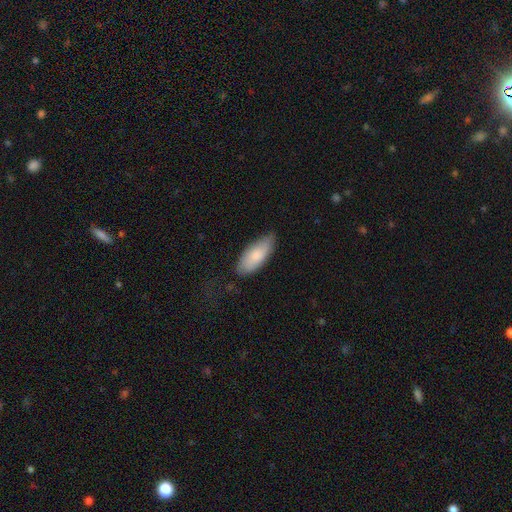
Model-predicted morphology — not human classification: Smooth or featured: smooth — 80% (featured or disk — 14%)
How rounded: in between — 84% (cigar-shaped — 15%)
Merging: none — 71% (minor disturbance — 23%)